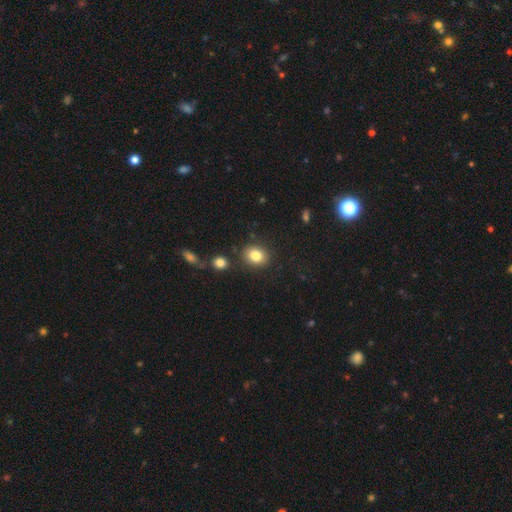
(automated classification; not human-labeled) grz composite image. It shows a smooth galaxy with no disk features (83%) that is round (51%). Merging: none (82%).